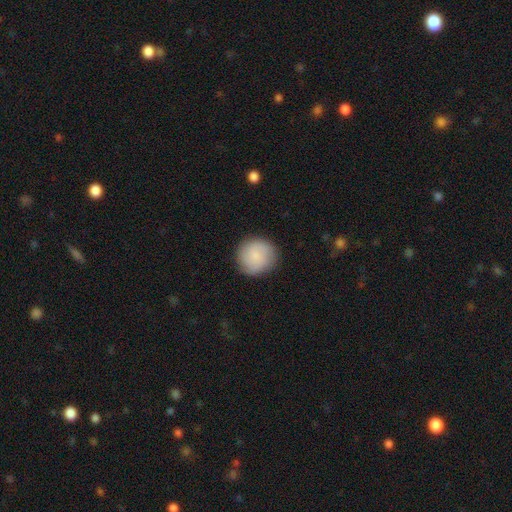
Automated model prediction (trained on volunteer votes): Smooth or featured? Predicted: smooth (p=0.81). How rounded? Predicted: round (p=0.91). Merging? Predicted: none (p=0.86).